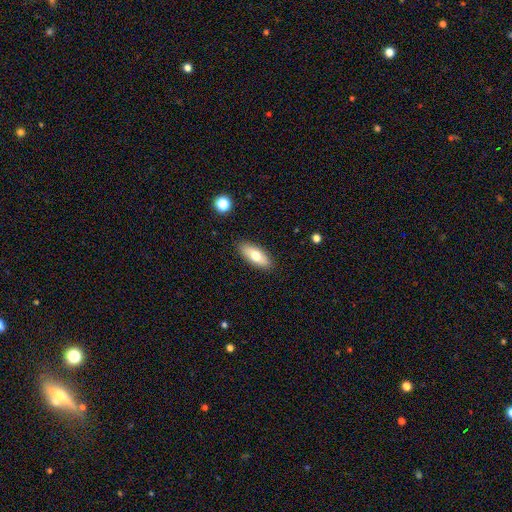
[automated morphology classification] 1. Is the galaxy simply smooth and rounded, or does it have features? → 71% smooth, 22% featured or disk, 7% star or artifact.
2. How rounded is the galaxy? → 76% in between, 21% cigar-shaped, 2% round.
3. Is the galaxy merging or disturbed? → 88% none, 9% minor disturbance, 2% major disturbance, 1% merger.